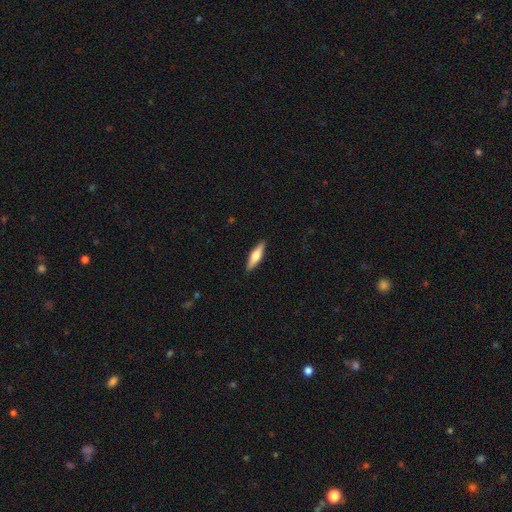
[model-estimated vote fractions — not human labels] smooth-or-featured: smooth: 57% | featured or disk: 38% | star or artifact: 5%
  how-rounded: cigar-shaped: 69% | in between: 29% | round: 2%
  merging: none: 90% | minor disturbance: 7% | major disturbance: 2% | merger: 1%